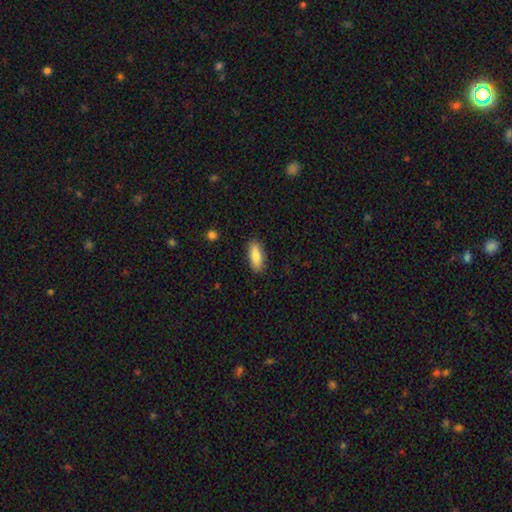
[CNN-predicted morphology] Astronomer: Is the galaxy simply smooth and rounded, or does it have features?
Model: smooth — 83%.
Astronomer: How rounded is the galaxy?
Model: in between — 75%.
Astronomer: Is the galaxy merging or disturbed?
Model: none — 86%.